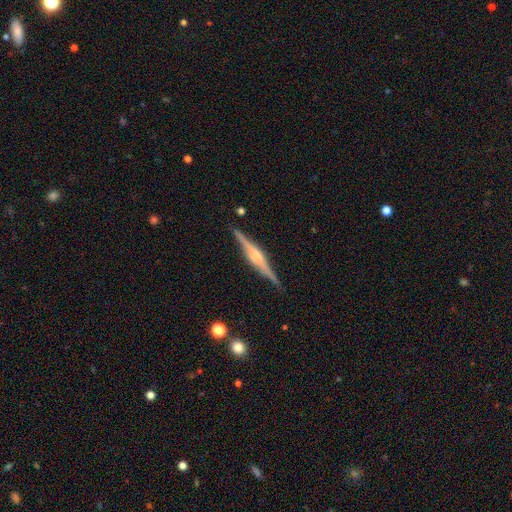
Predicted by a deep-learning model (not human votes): Smooth or featured? featured or disk (83%)
Edge-on disk? yes (98%)
Edge-on bulge? rounded (70%)
Merging? none (89%)